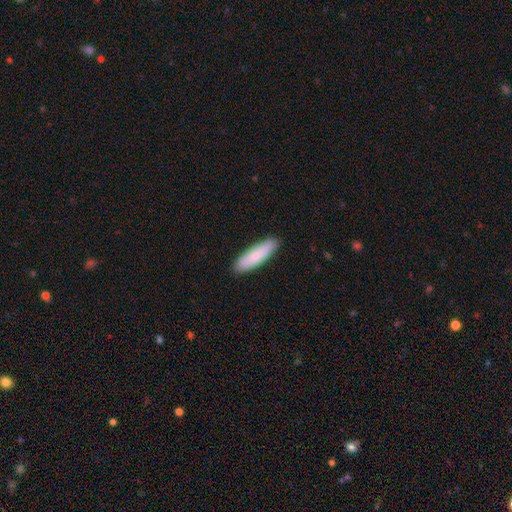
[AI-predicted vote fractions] Q: Smooth or featured?
A: smooth (77%); runner-up: featured or disk (17%)
Q: How rounded?
A: cigar-shaped (54%); runner-up: in between (45%)
Q: Merging?
A: none (88%); runner-up: minor disturbance (9%)